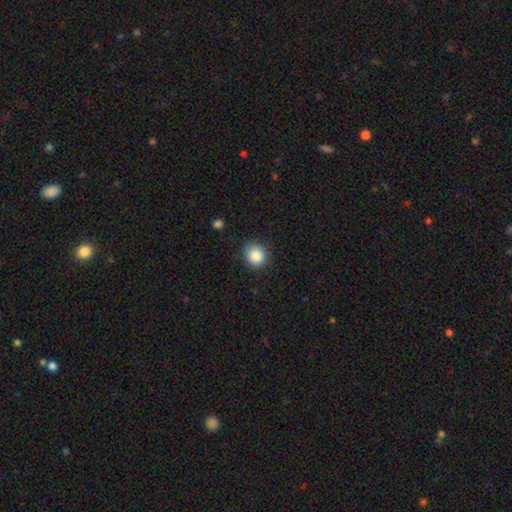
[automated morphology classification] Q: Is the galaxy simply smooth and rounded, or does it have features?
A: smooth — 86%.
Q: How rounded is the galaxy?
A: round — 78%.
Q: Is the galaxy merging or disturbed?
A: none — 87%.